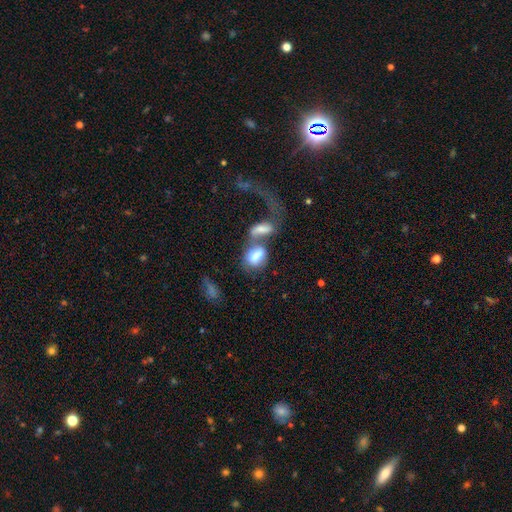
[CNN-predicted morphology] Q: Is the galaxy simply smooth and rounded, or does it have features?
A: smooth — 68%.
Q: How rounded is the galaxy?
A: in between — 84%.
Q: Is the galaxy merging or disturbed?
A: merger — 67%.